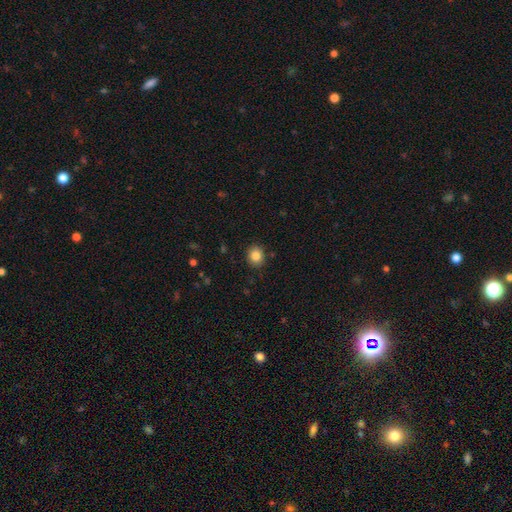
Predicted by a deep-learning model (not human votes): This is clearly a smooth galaxy (85%). How rounded: likely round (74%). Merging: clearly none (89%).